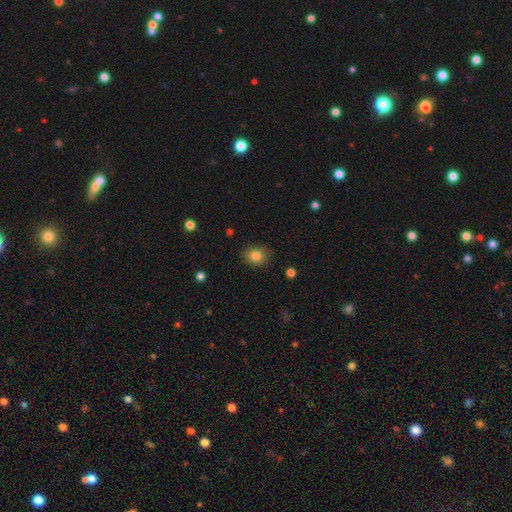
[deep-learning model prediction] The model was most divided on "how rounded": round: 57%, in between: 42%, cigar-shaped: 1%. More confident: merging — none (86%); smooth or featured — smooth (83%).